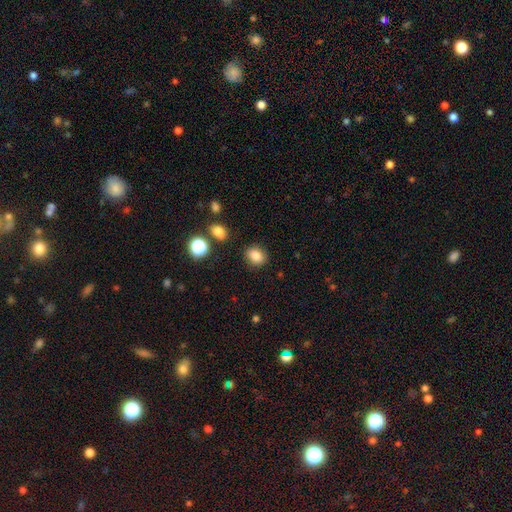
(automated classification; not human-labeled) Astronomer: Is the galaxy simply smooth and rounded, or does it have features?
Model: smooth — 84%.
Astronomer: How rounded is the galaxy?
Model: round — 52% (runner-up: in between, 47%).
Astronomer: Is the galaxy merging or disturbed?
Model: none — 85%.